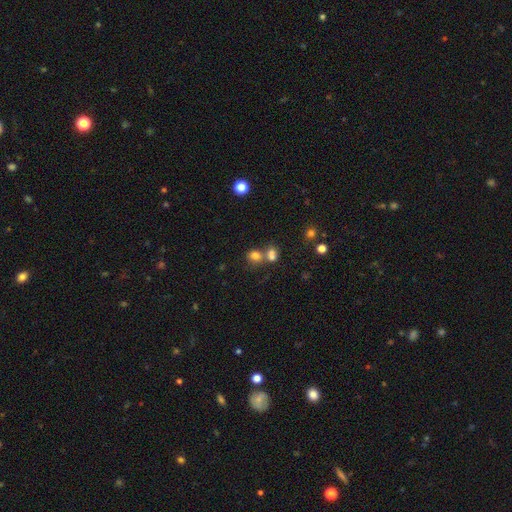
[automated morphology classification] A smooth galaxy with no disk features (77%) that is round (59%). Merging: none (44%).